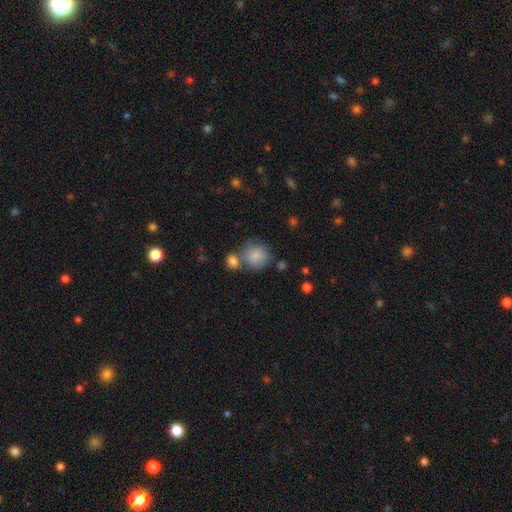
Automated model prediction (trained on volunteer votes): Smooth or featured: smooth — 84% (featured or disk — 8%)
How rounded: round — 83% (in between — 16%)
Merging: none — 53% (merger — 27%)